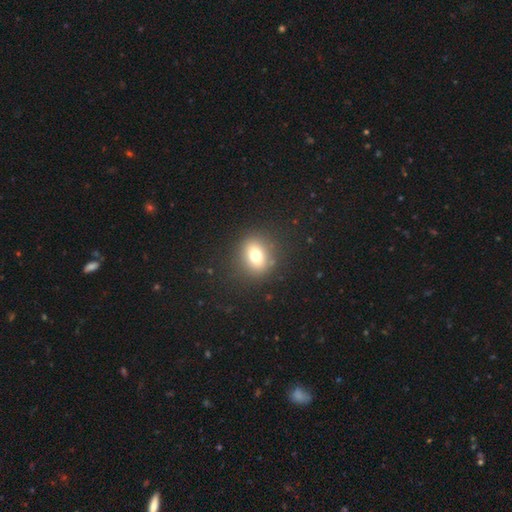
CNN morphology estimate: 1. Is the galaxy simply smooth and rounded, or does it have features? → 72% smooth, 14% featured or disk, 14% star or artifact.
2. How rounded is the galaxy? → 58% round, 40% in between, 1% cigar-shaped.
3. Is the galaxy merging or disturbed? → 86% none, 8% minor disturbance, 4% major disturbance, 1% merger.